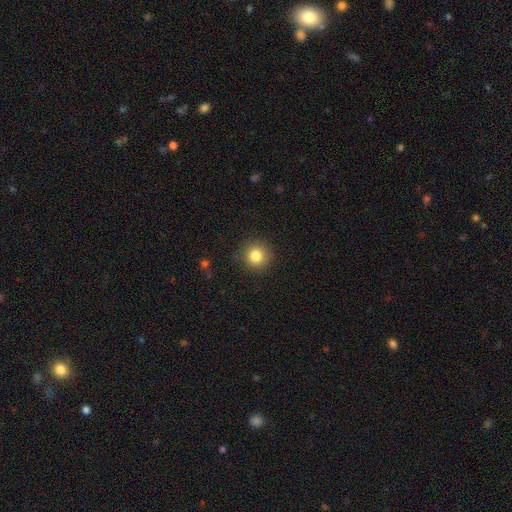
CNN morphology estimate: This appears to be a smooth galaxy with no disk features (82%) that is round (94%). Merging: none (90%).